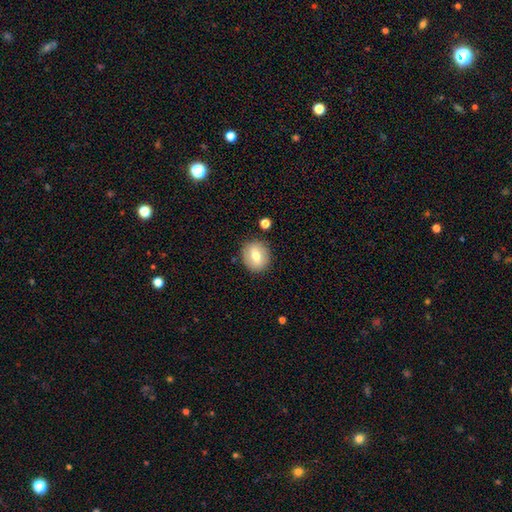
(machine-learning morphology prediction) Q: Smooth or featured?
A: smooth (65%); runner-up: featured or disk (27%)
Q: How rounded?
A: round (70%); runner-up: in between (29%)
Q: Merging?
A: none (85%); runner-up: minor disturbance (9%)